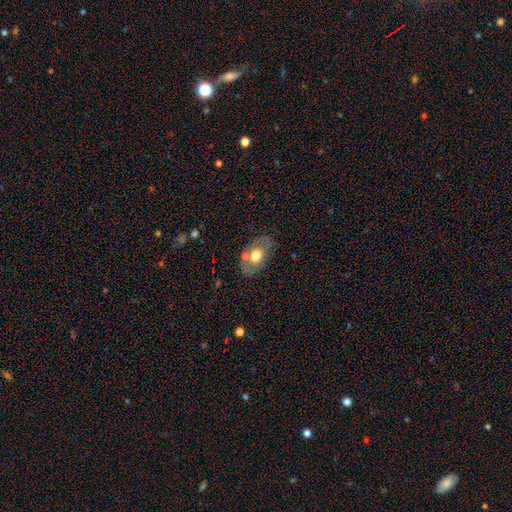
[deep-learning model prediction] smooth-or-featured: smooth: 49% | featured or disk: 44% | star or artifact: 7%
  merging: none: 68% | minor disturbance: 17% | merger: 9% | major disturbance: 6%